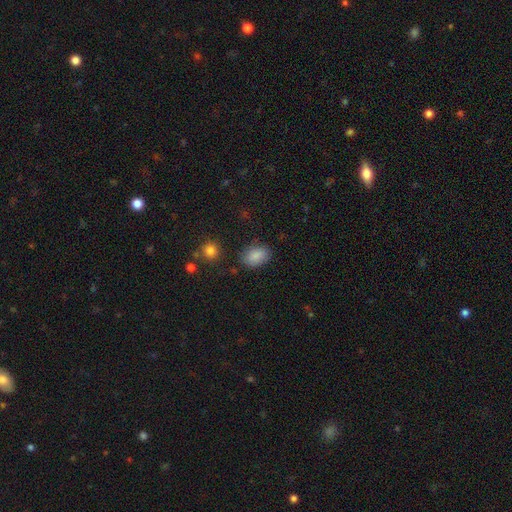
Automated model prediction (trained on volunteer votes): This appears to be a smooth galaxy with no disk features (87%) that is in between round and cigar-shaped (87%). Merging: none (80%).